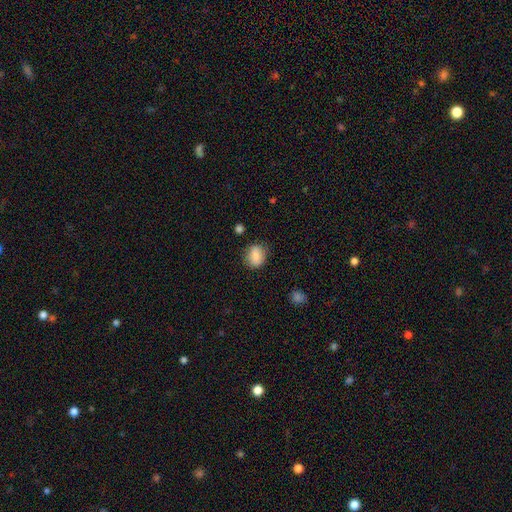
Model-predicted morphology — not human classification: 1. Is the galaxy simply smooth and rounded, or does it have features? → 84% smooth, 8% star or artifact, 8% featured or disk.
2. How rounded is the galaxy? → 53% round, 46% in between, 1% cigar-shaped.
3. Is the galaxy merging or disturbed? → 78% none, 16% minor disturbance, 4% major disturbance, 2% merger.